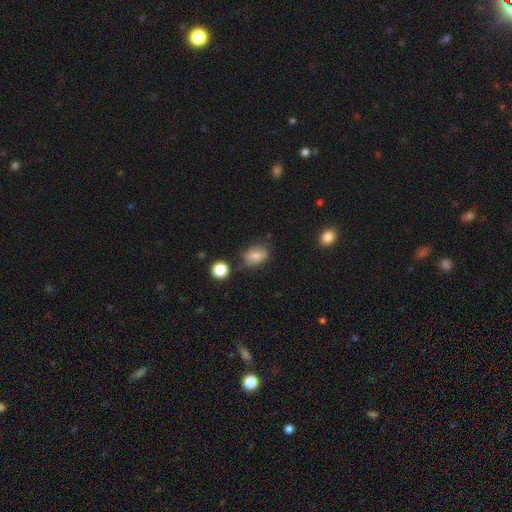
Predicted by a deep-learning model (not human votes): Overall: smooth (74%). How rounded: in between (71%). Merging: none (66%).